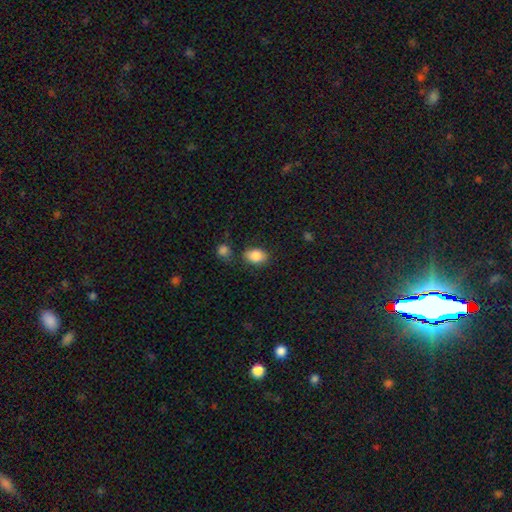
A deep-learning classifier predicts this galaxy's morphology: The model was most divided on "how rounded": in between: 78%, round: 21%, cigar-shaped: 1%. More confident: smooth or featured — smooth (86%); merging — none (76%).